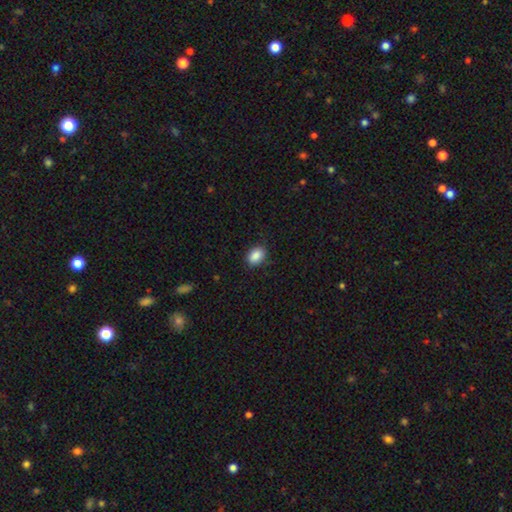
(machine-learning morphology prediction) smooth_or_featured: smooth (p=0.88) [alt: star or artifact p=0.08]
how_rounded: in between (p=0.80) [alt: round p=0.19]
merging: none (p=0.84) [alt: minor disturbance p=0.12]